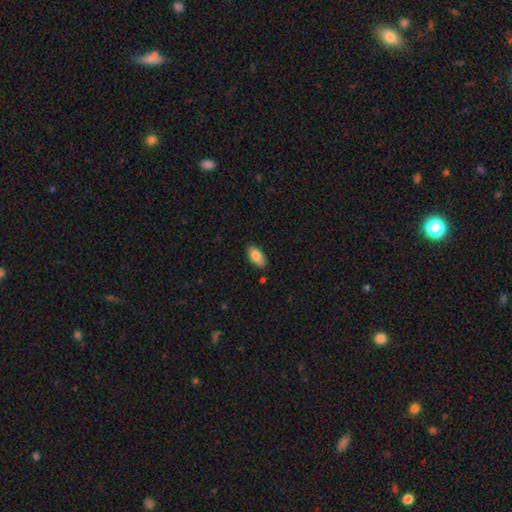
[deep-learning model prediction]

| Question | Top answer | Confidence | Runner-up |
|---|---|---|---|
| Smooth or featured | smooth | 82% | featured or disk (11%) |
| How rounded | in between | 92% | cigar-shaped (5%) |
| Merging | none | 82% | minor disturbance (14%) |